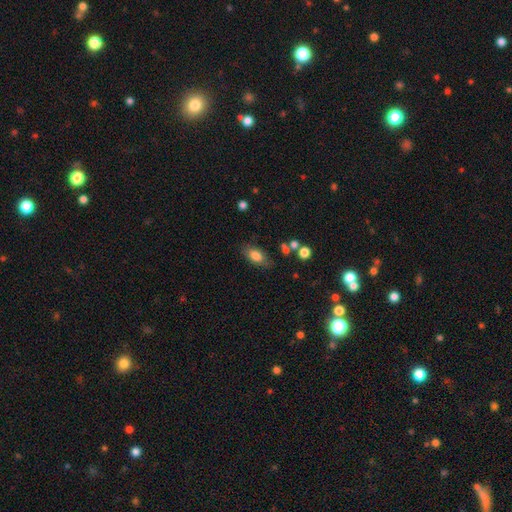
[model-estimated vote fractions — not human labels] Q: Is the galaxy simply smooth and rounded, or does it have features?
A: smooth — 80%.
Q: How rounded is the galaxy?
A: in between — 87%.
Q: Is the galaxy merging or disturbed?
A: none — 77%.